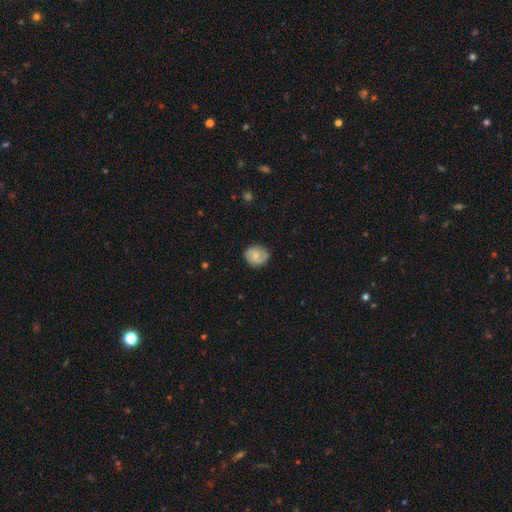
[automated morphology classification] A smooth galaxy with no disk features (54%) that is round (74%).

Vote fractions:
- Smooth or featured? smooth: 54% / featured or disk: 39% / star or artifact: 7%
- How rounded? round: 74% / in between: 25% / cigar-shaped: 1%
- Merging? none: 79% / minor disturbance: 16% / major disturbance: 4% / merger: 1%